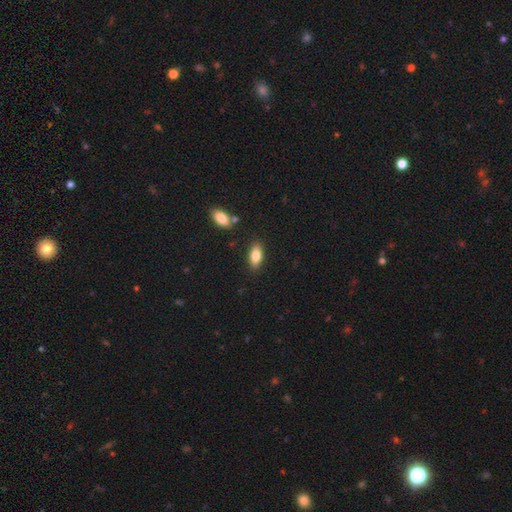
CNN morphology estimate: smooth 81%, featured or disk 12%, star or artifact 7%. Down the decision tree: how rounded — in between (86%); merging — none (84%).